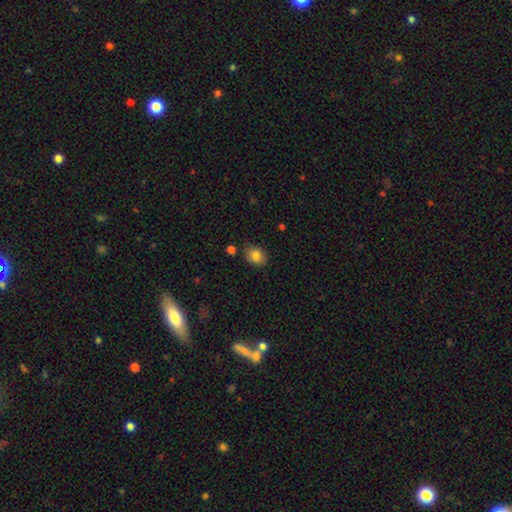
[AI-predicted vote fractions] smooth-or-featured: smooth: 83% | star or artifact: 9% | featured or disk: 8%
  how-rounded: in between: 65% | round: 34% | cigar-shaped: 1%
  merging: none: 82% | minor disturbance: 13% | merger: 3% | major disturbance: 3%